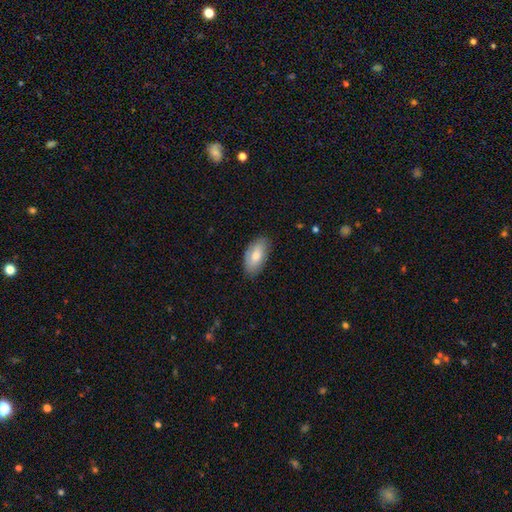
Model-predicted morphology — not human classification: The model was most divided on "smooth or featured": smooth: 71%, featured or disk: 23%, star or artifact: 6%. More confident: how rounded — in between (93%); merging — none (81%).